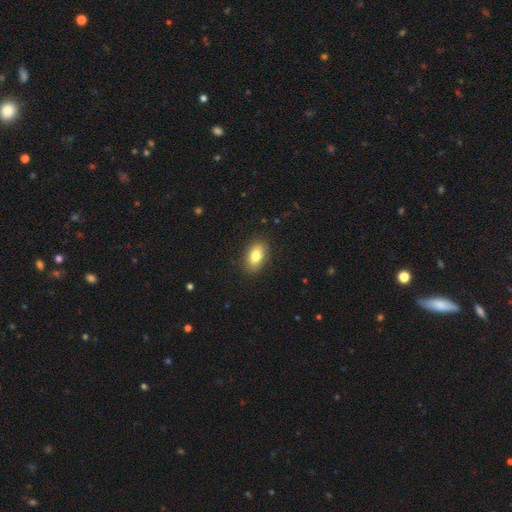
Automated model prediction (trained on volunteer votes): A smooth galaxy with no disk features (81%) that is in between round and cigar-shaped (88%). Merging: none (87%).